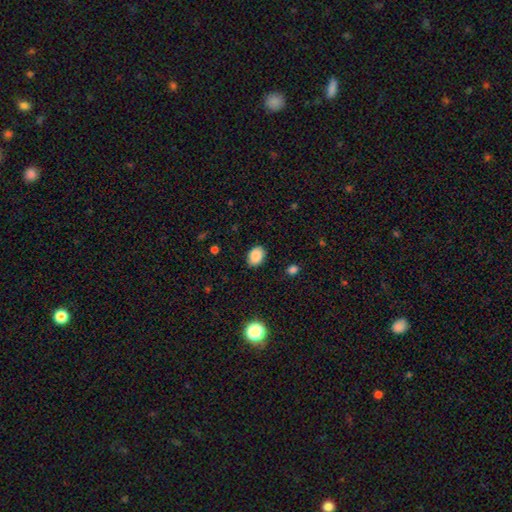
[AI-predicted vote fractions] Smooth or featured?
  - smooth: 87% *
  - star or artifact: 9%
  - featured or disk: 5%
How rounded?
  - in between: 69% *
  - round: 30%
  - cigar-shaped: 1%
Merging?
  - none: 84% *
  - minor disturbance: 12%
  - major disturbance: 3%
  - merger: 1%